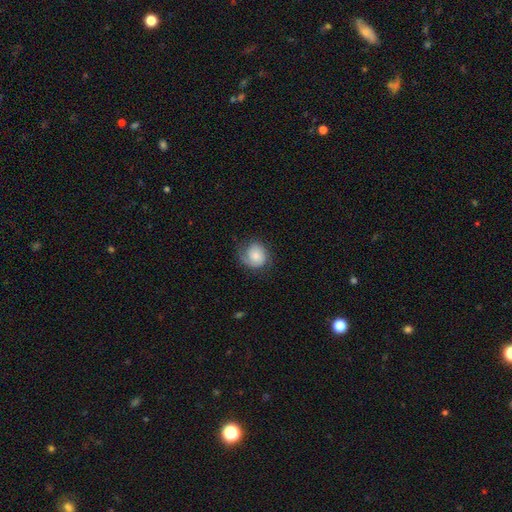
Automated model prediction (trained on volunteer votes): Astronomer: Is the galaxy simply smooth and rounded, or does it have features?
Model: smooth — 54% (runner-up: featured or disk, 39%).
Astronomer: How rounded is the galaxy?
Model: round — 74%.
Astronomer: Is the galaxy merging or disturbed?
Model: none — 59%.